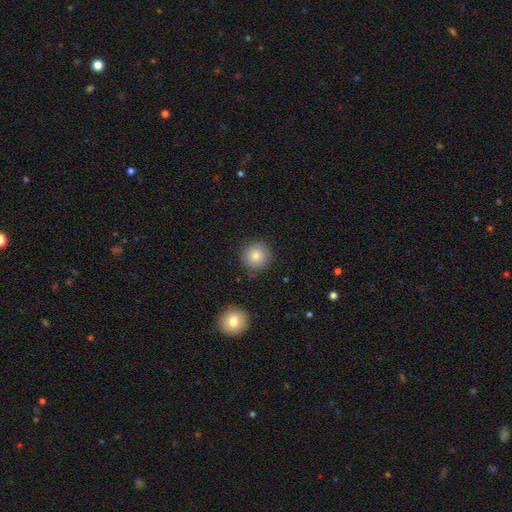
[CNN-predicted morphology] type=smooth (83%); roundness=round (94%); merging=none (88%).